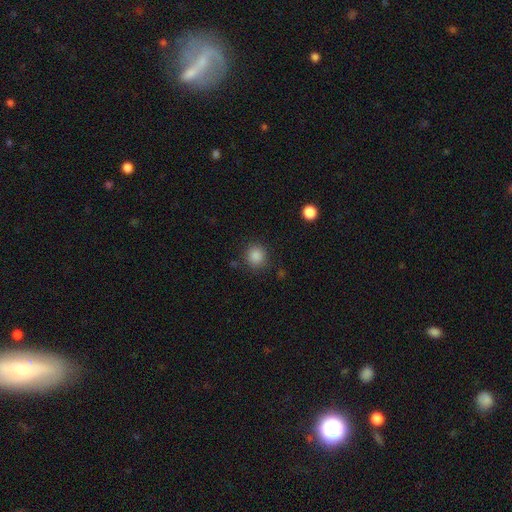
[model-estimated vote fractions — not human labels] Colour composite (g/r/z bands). It shows a smooth galaxy with no disk features (85%) that is round (90%). Merging: none (86%).